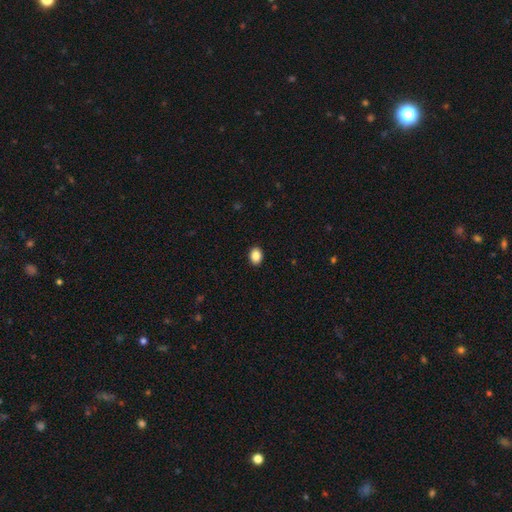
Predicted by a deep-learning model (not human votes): This is clearly a smooth galaxy (88%). How rounded: likely in between (66%). Merging: clearly none (91%).